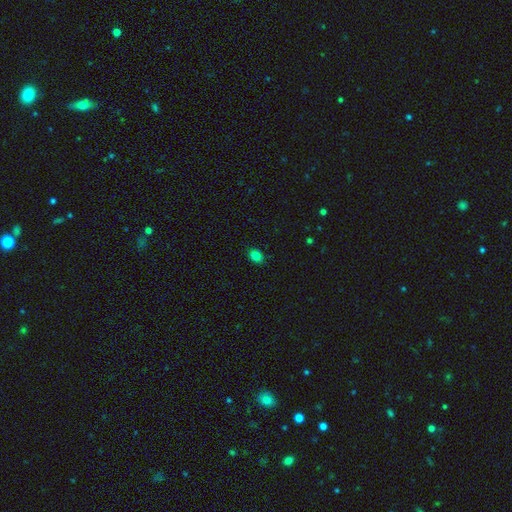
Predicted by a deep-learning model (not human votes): This appears to be a smooth galaxy with no disk features (83%) that is in between round and cigar-shaped (65%). Merging: none (89%).